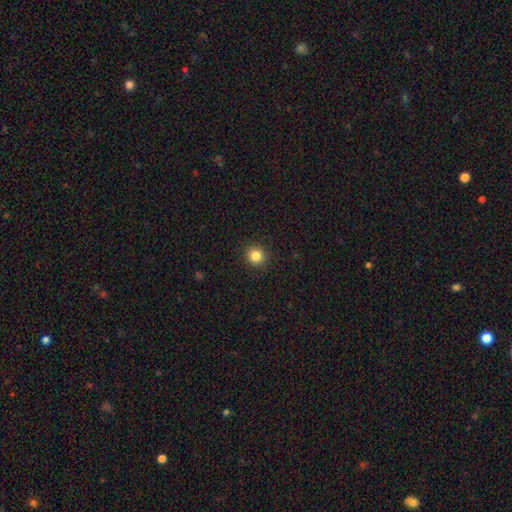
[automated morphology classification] Smooth or featured?
  - smooth: 85% *
  - star or artifact: 11%
  - featured or disk: 4%
How rounded?
  - round: 91% *
  - in between: 8%
  - cigar-shaped: 1%
Merging?
  - none: 91% *
  - minor disturbance: 6%
  - major disturbance: 2%
  - merger: 1%